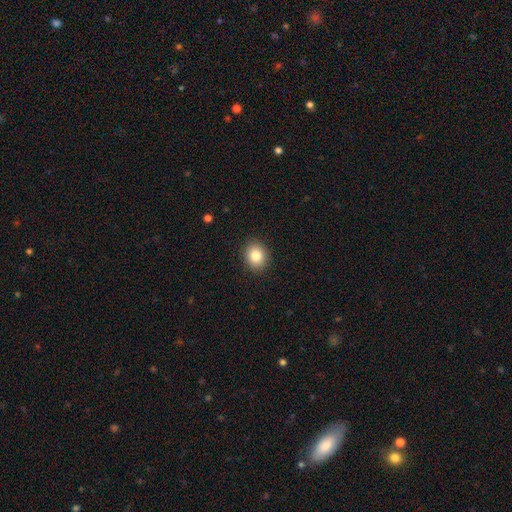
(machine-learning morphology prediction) A smooth galaxy with no disk features (83%) that is round (60%). Merging: none (90%).